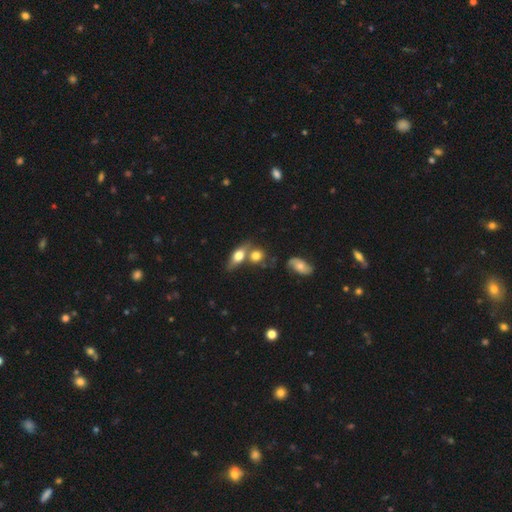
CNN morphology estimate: A smooth galaxy with no disk features (70%) that is in between round and cigar-shaped (53%). Merging: merger (43%).